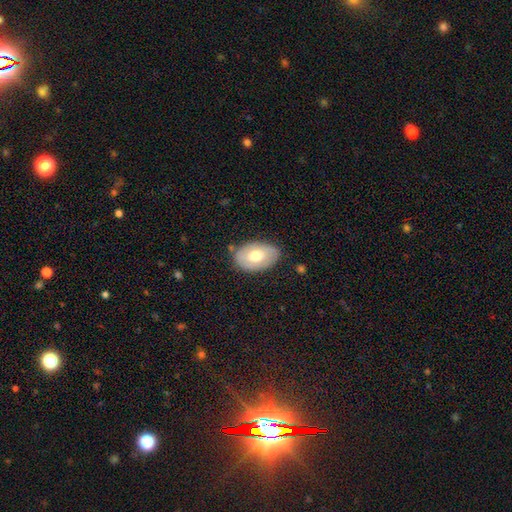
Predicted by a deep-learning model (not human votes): This is possibly a smooth galaxy (58%). How rounded: clearly in between (90%). Merging: likely none (79%).